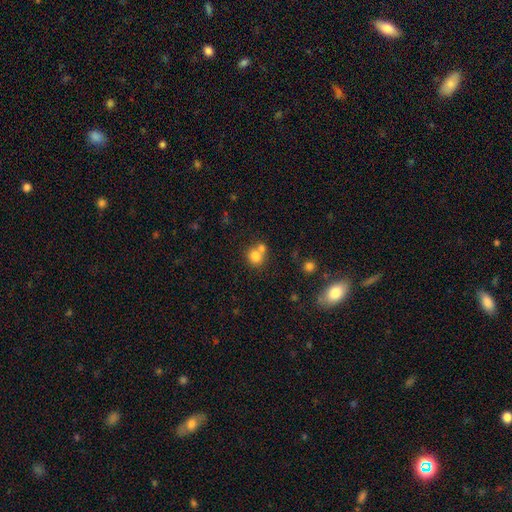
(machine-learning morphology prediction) smooth_or_featured: smooth (p=0.78) [alt: star or artifact p=0.11]
how_rounded: round (p=0.80) [alt: in between p=0.20]
merging: merger (p=0.46) [alt: none p=0.44]